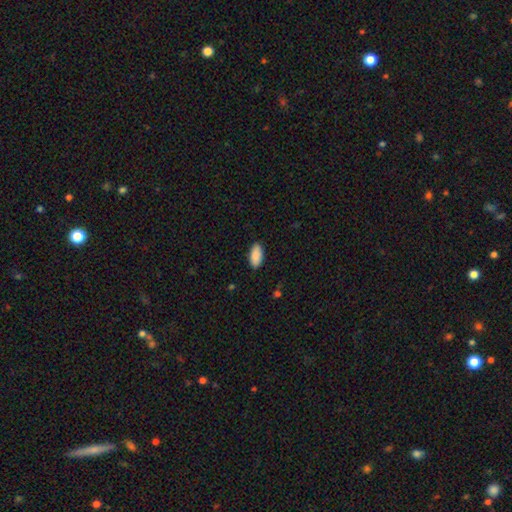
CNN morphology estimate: Smooth or featured? smooth (90%)
How rounded? in between (93%)
Merging? none (88%)